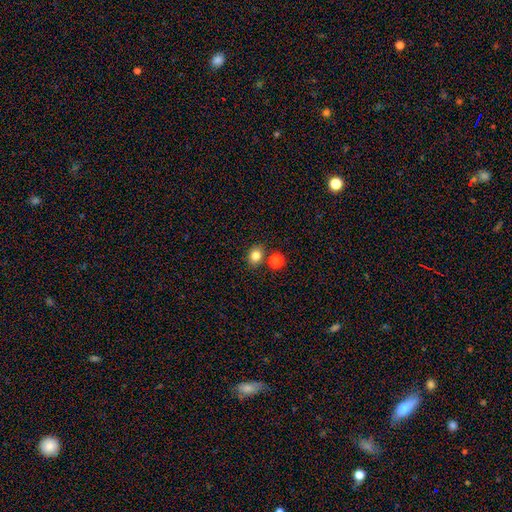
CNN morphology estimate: This is clearly a smooth galaxy (83%). How rounded: likely round (67%). Merging: likely none (78%).